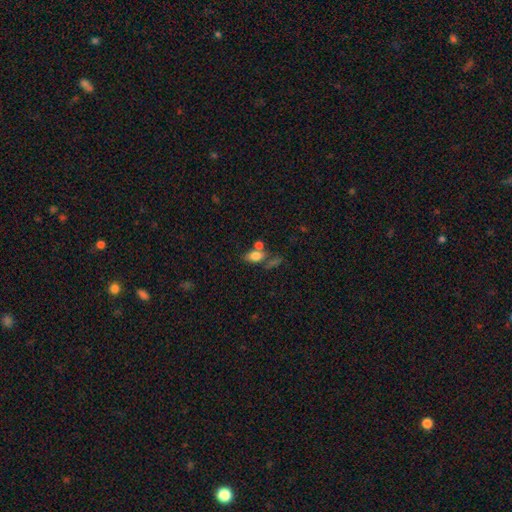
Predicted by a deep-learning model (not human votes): Morphology: type=smooth (76%); roundness=in between (81%); merging=none (45%).